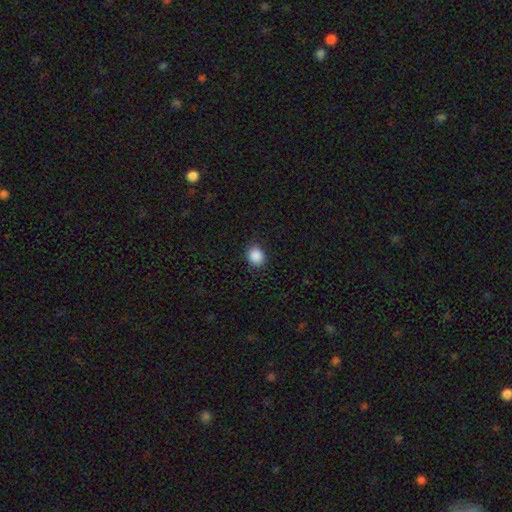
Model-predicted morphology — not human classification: A smooth galaxy with no disk features (88%) that is round (69%). Merging: none (87%).